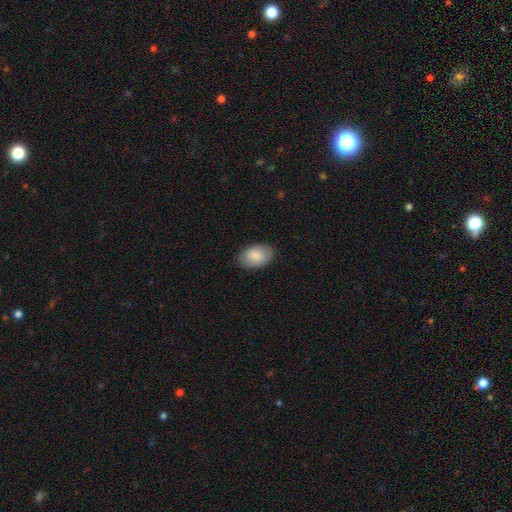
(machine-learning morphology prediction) smooth-or-featured: smooth: 86% | featured or disk: 8% | star or artifact: 6%
  how-rounded: in between: 89% | round: 9% | cigar-shaped: 1%
  merging: none: 85% | minor disturbance: 11% | major disturbance: 2% | merger: 1%